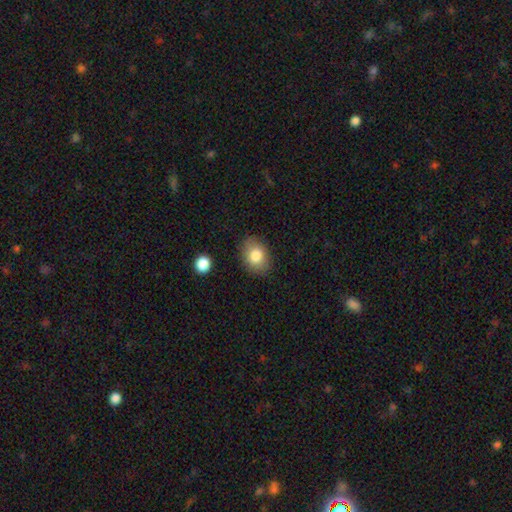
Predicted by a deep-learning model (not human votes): A smooth galaxy with no disk features (82%) that is in between round and cigar-shaped (69%).

Vote fractions:
- Smooth or featured? smooth: 82% / featured or disk: 10% / star or artifact: 8%
- How rounded? in between: 69% / round: 30% / cigar-shaped: 1%
- Merging? none: 83% / minor disturbance: 13% / major disturbance: 3% / merger: 2%